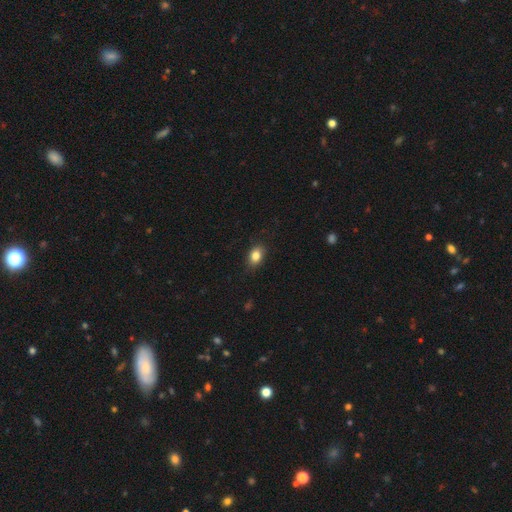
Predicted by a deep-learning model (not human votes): smooth 84%, star or artifact 9%, featured or disk 7%. Down the decision tree: how rounded — in between (77%); merging — none (83%).